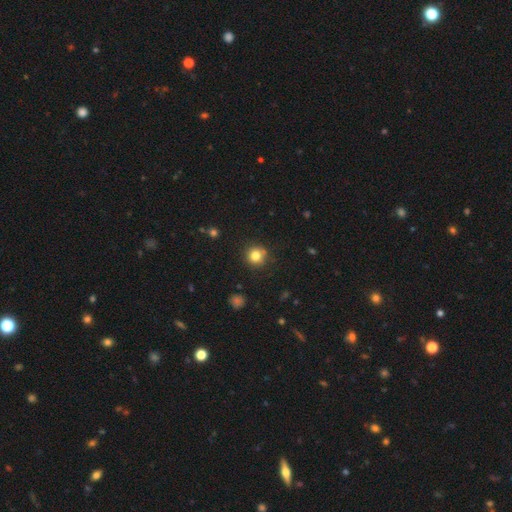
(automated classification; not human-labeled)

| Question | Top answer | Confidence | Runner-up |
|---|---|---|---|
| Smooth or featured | smooth | 82% | star or artifact (12%) |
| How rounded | round | 93% | in between (6%) |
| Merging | none | 85% | minor disturbance (9%) |